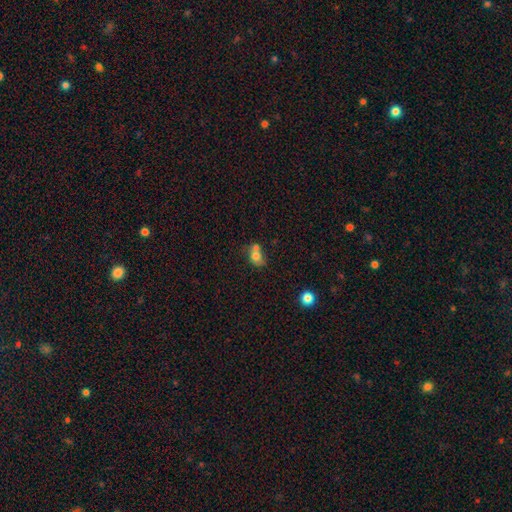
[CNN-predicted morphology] smooth 72%, featured or disk 17%, star or artifact 11%. Down the decision tree: how rounded — round (51%); merging — merger (53%).